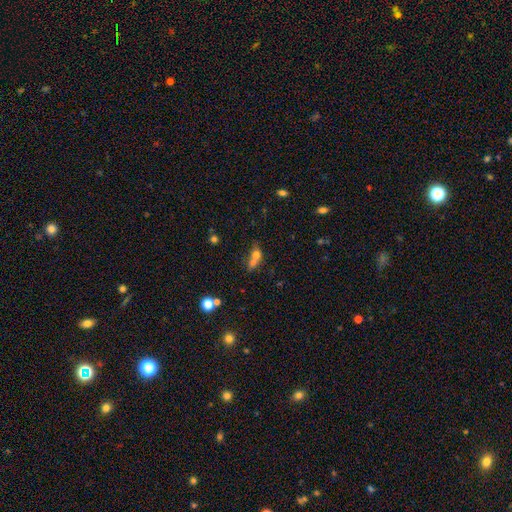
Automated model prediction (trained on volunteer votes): Smooth or featured: smooth — 65% (featured or disk — 20%)
How rounded: in between — 51% (round — 41%)
Merging: merger — 64% (none — 23%)